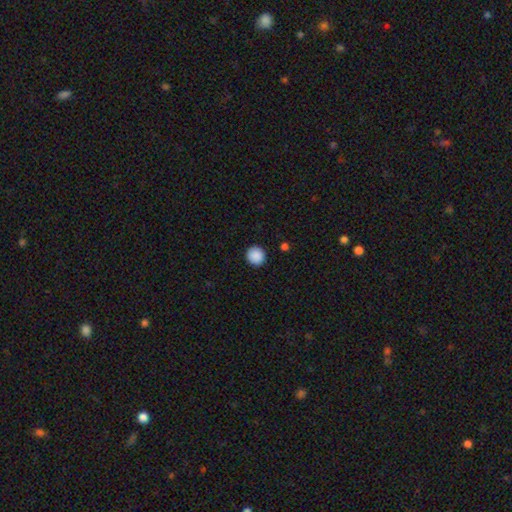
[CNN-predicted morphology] type=smooth (89%); roundness=round (93%); merging=none (92%).